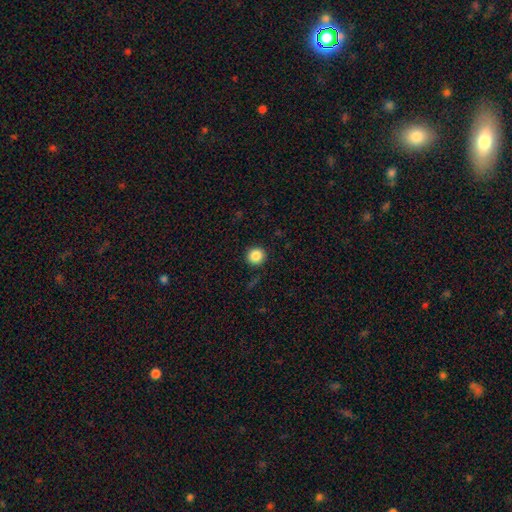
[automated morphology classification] smooth_or_featured: smooth (p=0.86) [alt: star or artifact p=0.10]
how_rounded: round (p=0.94) [alt: in between p=0.05]
merging: none (p=0.91) [alt: minor disturbance p=0.06]